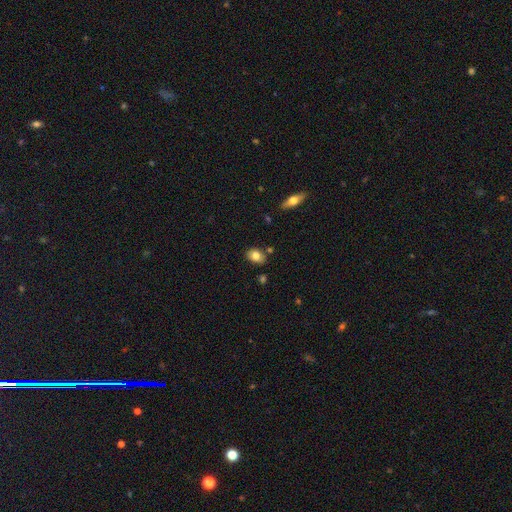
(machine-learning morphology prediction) Q: Smooth or featured?
A: smooth (80%); runner-up: featured or disk (12%)
Q: How rounded?
A: in between (80%); runner-up: round (18%)
Q: Merging?
A: none (80%); runner-up: minor disturbance (13%)